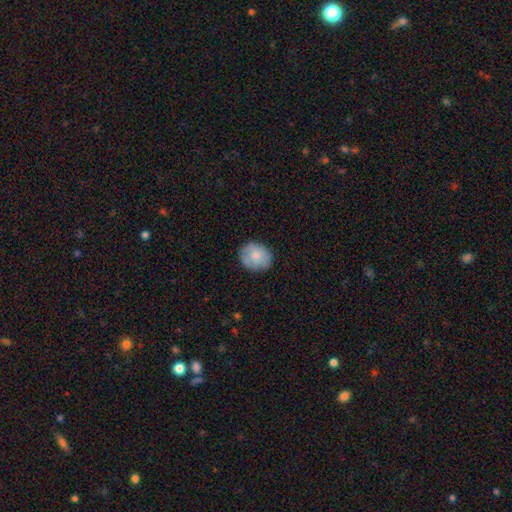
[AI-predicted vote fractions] smooth 73%, featured or disk 20%, star or artifact 7%. Down the decision tree: how rounded — round (69%); merging — none (78%).